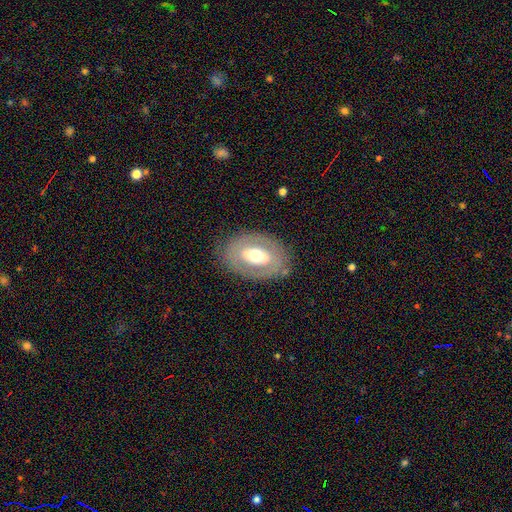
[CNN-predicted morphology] smooth-or-featured: featured or disk: 53% | smooth: 40% | star or artifact: 7%
  disk-edge-on: no: 90% | yes: 10%
  merging: none: 79% | minor disturbance: 13% | major disturbance: 7% | merger: 1%